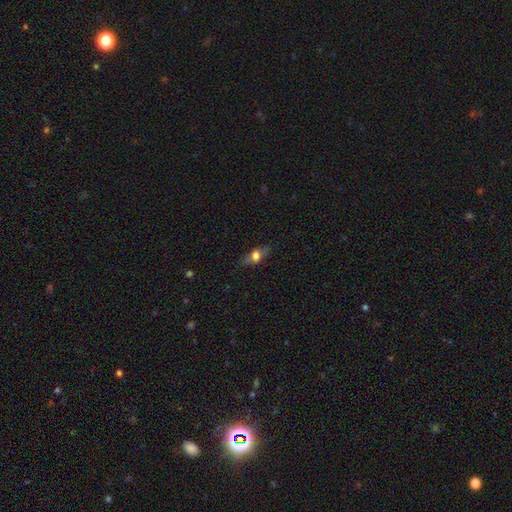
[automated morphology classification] smooth 56%, featured or disk 33%, star or artifact 11%. Down the decision tree: how rounded — in between (67%); merging — none (77%).